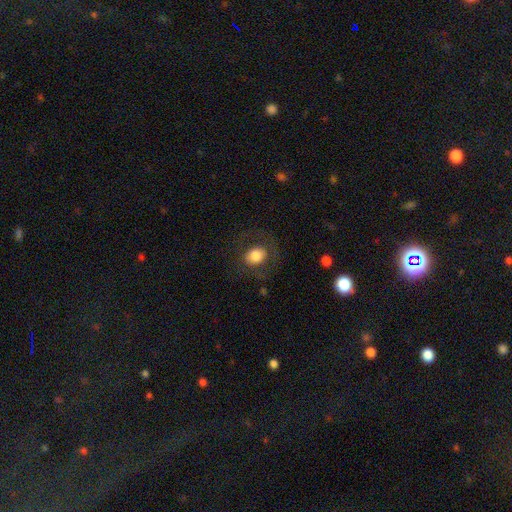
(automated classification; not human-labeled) The model was most divided on "how rounded": round: 57%, in between: 42%, cigar-shaped: 1%. More confident: smooth or featured — smooth (75%); merging — none (72%).